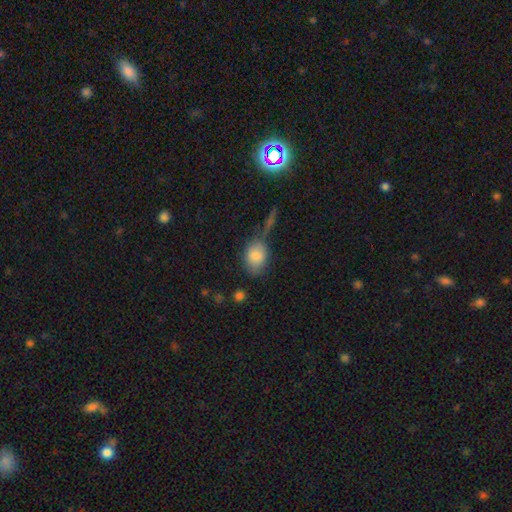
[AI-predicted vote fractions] This appears to be a smooth galaxy with no disk features (82%) that is in between round and cigar-shaped (74%). Merging: none (59%).